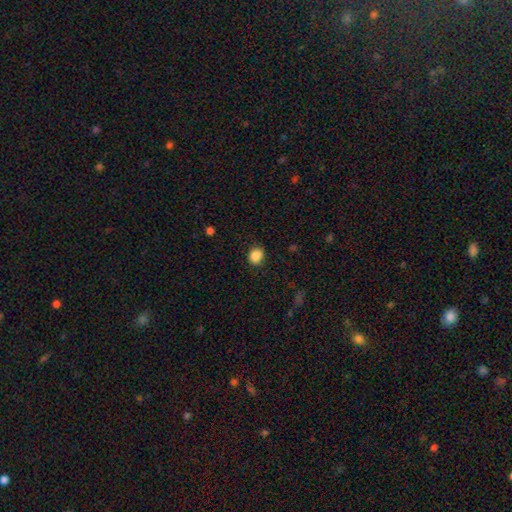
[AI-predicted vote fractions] Smooth or featured: smooth — 88% (star or artifact — 9%)
How rounded: round — 63% (in between — 37%)
Merging: none — 85% (minor disturbance — 11%)